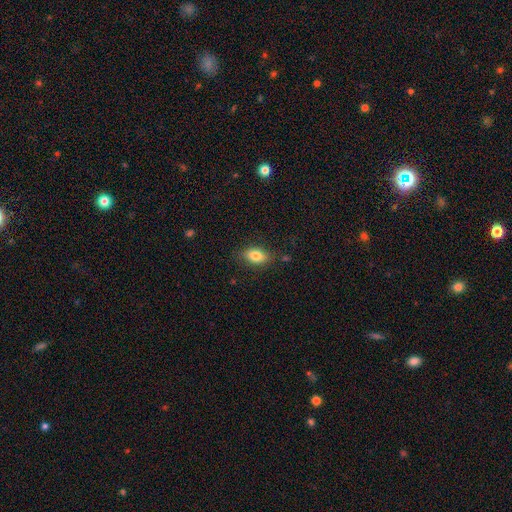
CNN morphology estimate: This is clearly a smooth galaxy (82%). How rounded: clearly in between (87%). Merging: clearly none (82%).